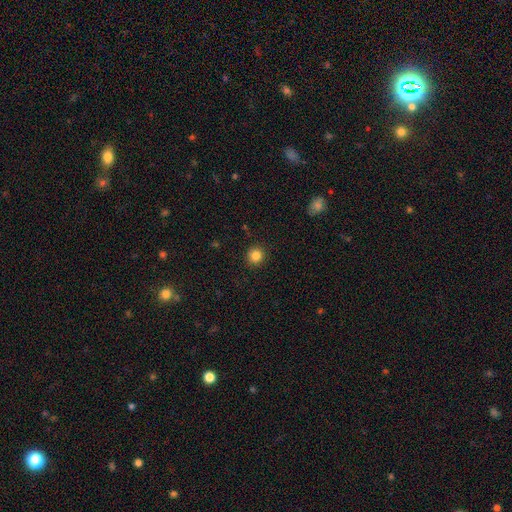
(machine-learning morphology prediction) smooth-or-featured: smooth: 84% | star or artifact: 12% | featured or disk: 4%
  how-rounded: round: 93% | in between: 6% | cigar-shaped: 1%
  merging: none: 92% | minor disturbance: 5% | major disturbance: 2% | merger: 1%